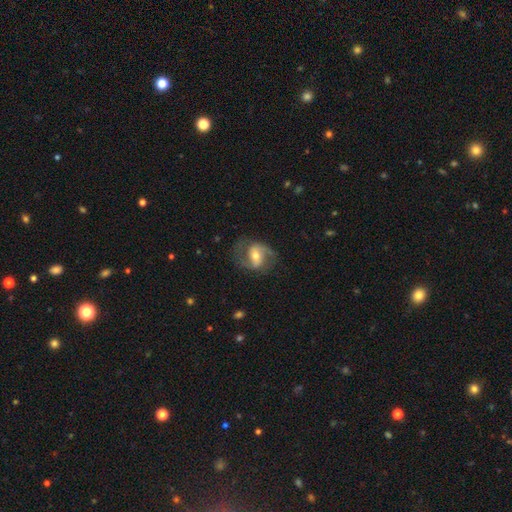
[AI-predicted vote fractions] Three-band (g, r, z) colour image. It shows a featured or disk galaxy (79%) with a weak bar (44%), 2 (90%) medium (51%) spiral arms (92%) and a moderate central bulge (64%). Merging: none (72%).